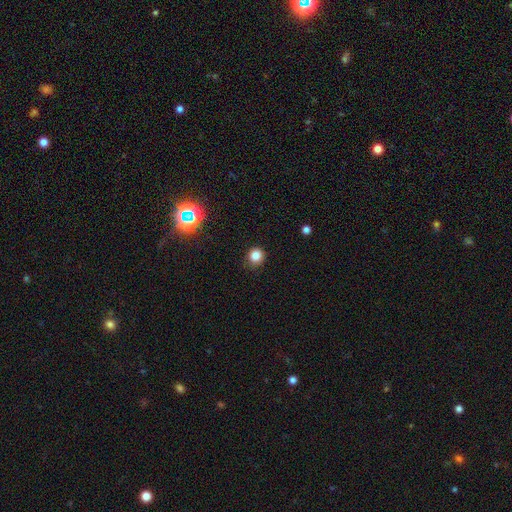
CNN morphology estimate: A smooth galaxy with no disk features (81%) that is round (91%).

Vote fractions:
- Smooth or featured? smooth: 81% / star or artifact: 15% / featured or disk: 4%
- How rounded? round: 91% / in between: 8% / cigar-shaped: 1%
- Merging? none: 86% / minor disturbance: 10% / major disturbance: 3% / merger: 1%